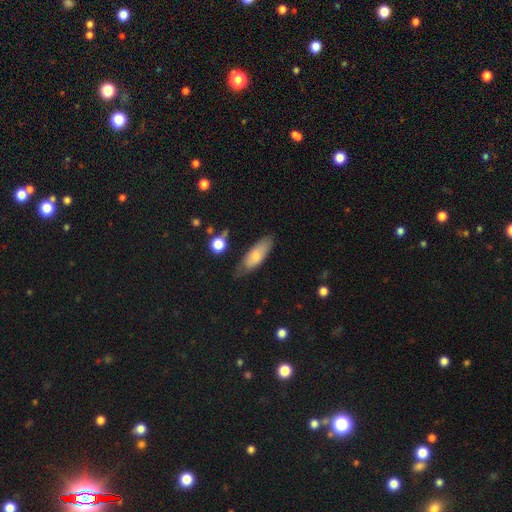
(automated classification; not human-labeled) Smooth or featured? smooth (73%)
How rounded? in between (66%)
Merging? none (64%)